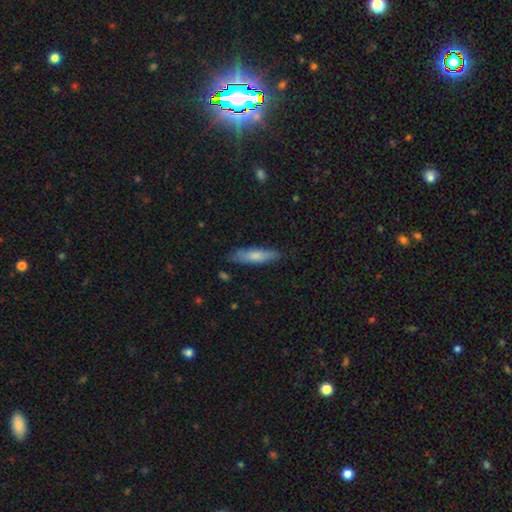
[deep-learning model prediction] smooth_or_featured: smooth (p=0.71) [alt: featured or disk p=0.23]
how_rounded: cigar-shaped (p=0.73) [alt: in between p=0.26]
merging: none (p=0.81) [alt: minor disturbance p=0.15]